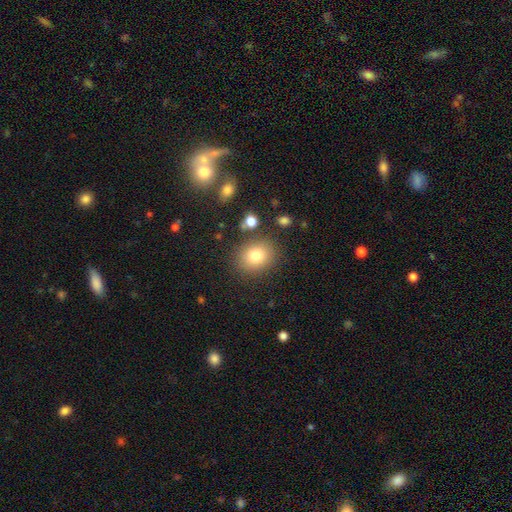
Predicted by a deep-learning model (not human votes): Smooth or featured? Predicted: smooth (p=0.80). How rounded? Predicted: round (p=0.54). Merging? Predicted: none (p=0.82).